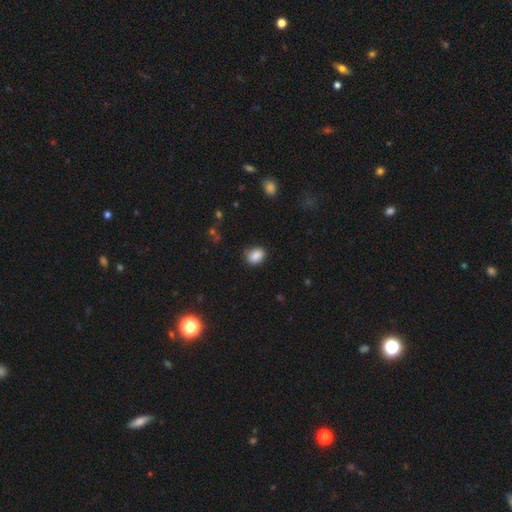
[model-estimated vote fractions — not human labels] A smooth galaxy with no disk features (87%) that is in between round and cigar-shaped (71%).

Vote fractions:
- Smooth or featured? smooth: 87% / star or artifact: 9% / featured or disk: 4%
- How rounded? in between: 71% / round: 28% / cigar-shaped: 1%
- Merging? none: 76% / minor disturbance: 18% / major disturbance: 4% / merger: 2%